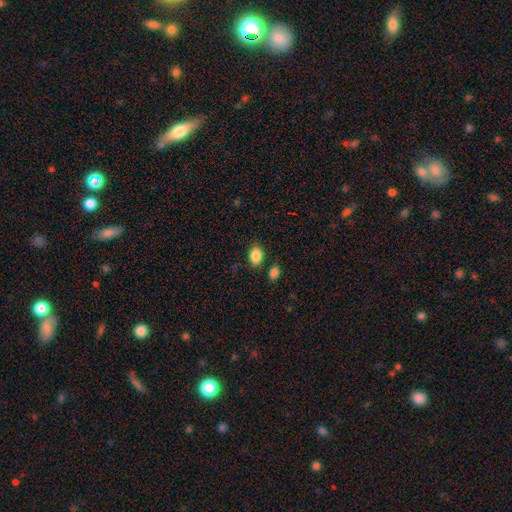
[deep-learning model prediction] Q: Smooth or featured?
A: smooth (86%); runner-up: star or artifact (8%)
Q: How rounded?
A: in between (77%); runner-up: round (22%)
Q: Merging?
A: none (80%); runner-up: minor disturbance (12%)